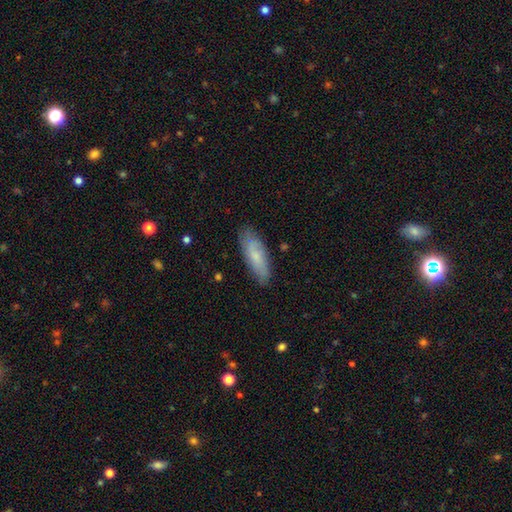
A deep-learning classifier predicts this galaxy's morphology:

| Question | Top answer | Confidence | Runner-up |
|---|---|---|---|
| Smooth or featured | smooth | 66% | featured or disk (27%) |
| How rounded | in between | 56% | cigar-shaped (42%) |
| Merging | none | 81% | minor disturbance (15%) |